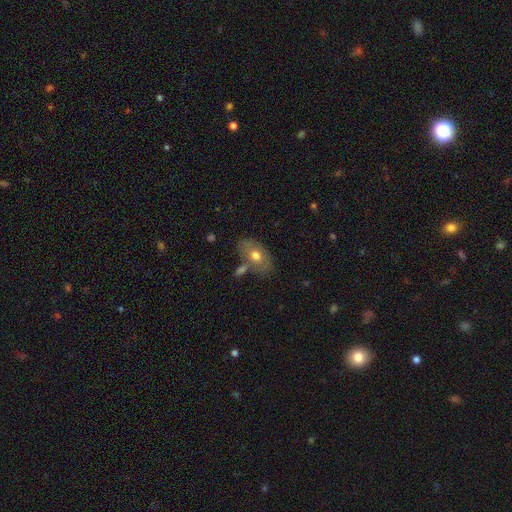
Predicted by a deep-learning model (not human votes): smooth-or-featured: smooth: 66% | featured or disk: 27% | star or artifact: 7%
  how-rounded: in between: 90% | round: 8% | cigar-shaped: 2%
  merging: none: 60% | merger: 18% | minor disturbance: 17% | major disturbance: 5%